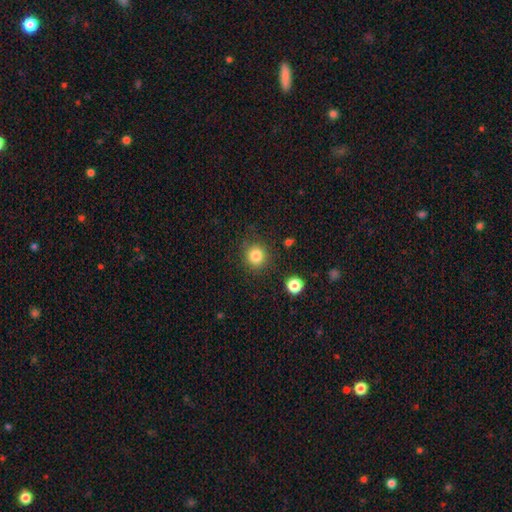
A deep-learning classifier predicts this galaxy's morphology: Q: Smooth or featured?
A: smooth (84%); runner-up: star or artifact (11%)
Q: How rounded?
A: round (90%); runner-up: in between (9%)
Q: Merging?
A: none (85%); runner-up: minor disturbance (9%)